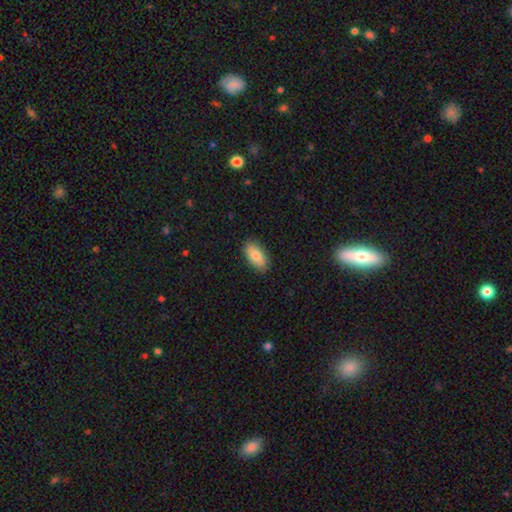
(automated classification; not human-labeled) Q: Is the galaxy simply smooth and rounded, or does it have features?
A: smooth — 80%.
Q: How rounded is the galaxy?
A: in between — 91%.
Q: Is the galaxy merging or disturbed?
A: none — 88%.